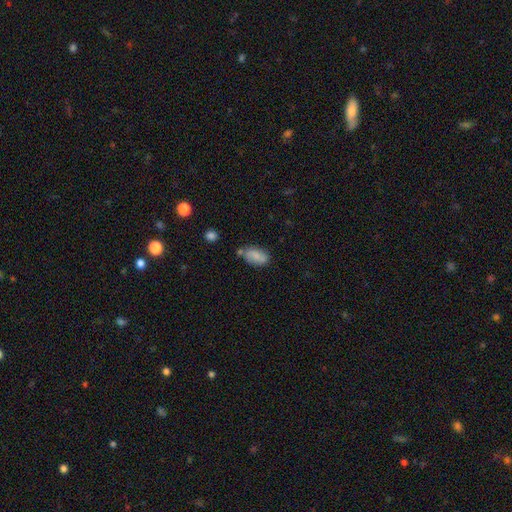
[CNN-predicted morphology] A smooth galaxy with no disk features (67%) that is in between round and cigar-shaped (91%). Merging: none (62%).